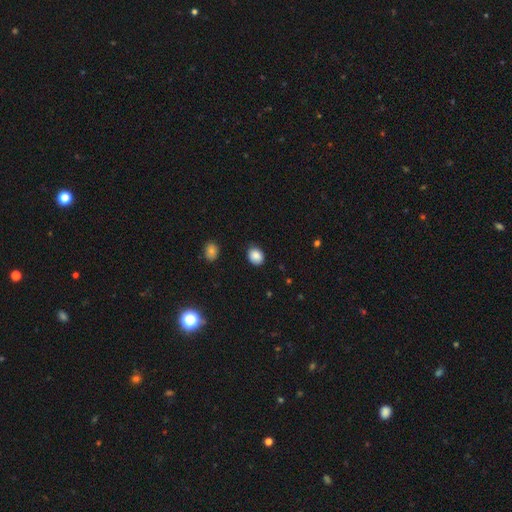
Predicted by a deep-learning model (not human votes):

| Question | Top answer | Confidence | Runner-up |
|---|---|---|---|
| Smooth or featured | smooth | 87% | star or artifact (9%) |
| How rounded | in between | 51% | round (48%) |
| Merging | none | 85% | minor disturbance (11%) |